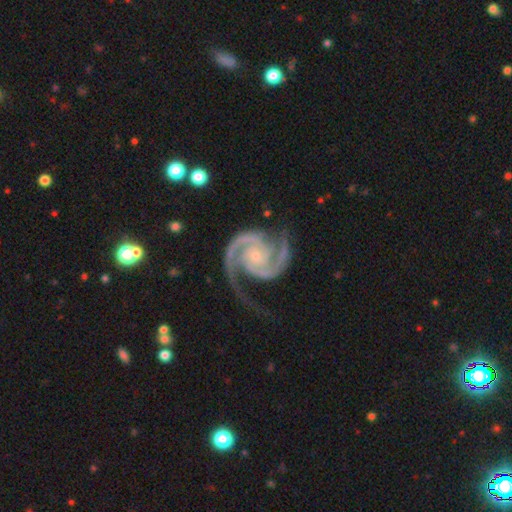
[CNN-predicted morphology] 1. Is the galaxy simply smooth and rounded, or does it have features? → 95% featured or disk, 3% star or artifact, 2% smooth.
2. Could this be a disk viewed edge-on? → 98% no, 2% yes.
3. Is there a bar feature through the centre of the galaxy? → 69% no, 22% weak, 9% strong.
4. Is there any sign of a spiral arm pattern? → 99% yes, 1% no.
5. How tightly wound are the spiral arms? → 50% tight, 45% medium, 5% loose.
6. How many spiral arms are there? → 88% 2, 6% 3, 2% can't tell, 2% 4, 1% 1, 1% more than 4.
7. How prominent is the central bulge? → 69% small, 22% moderate, 6% none, 1% large, 1% dominant.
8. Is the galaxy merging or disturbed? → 71% none, 17% minor disturbance, 9% major disturbance, 2% merger.